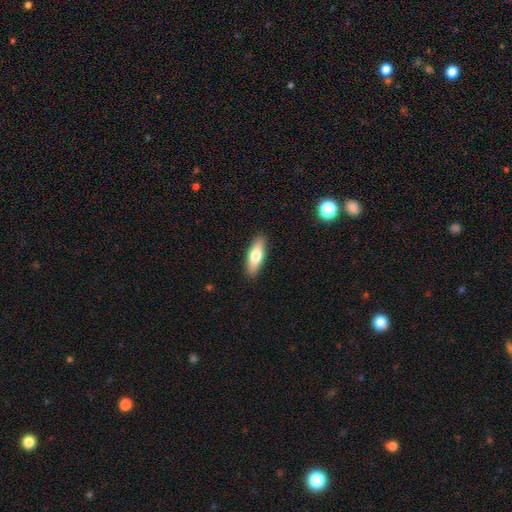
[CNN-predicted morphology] smooth-or-featured: smooth: 68% | featured or disk: 26% | star or artifact: 6%
  how-rounded: in between: 52% | cigar-shaped: 46% | round: 2%
  merging: none: 90% | minor disturbance: 8% | major disturbance: 2% | merger: 1%